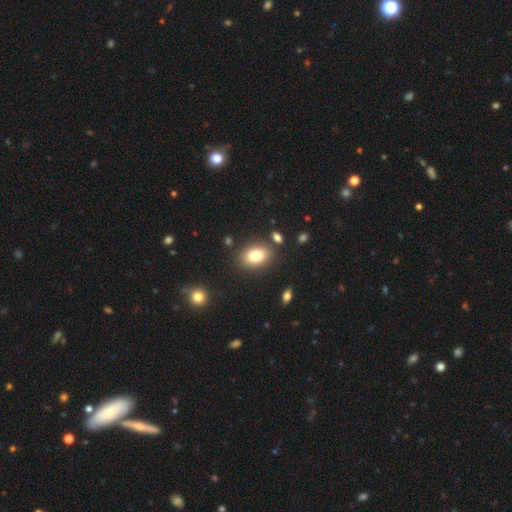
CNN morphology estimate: smooth 79%, featured or disk 12%, star or artifact 9%. Down the decision tree: how rounded — in between (83%); merging — none (82%).